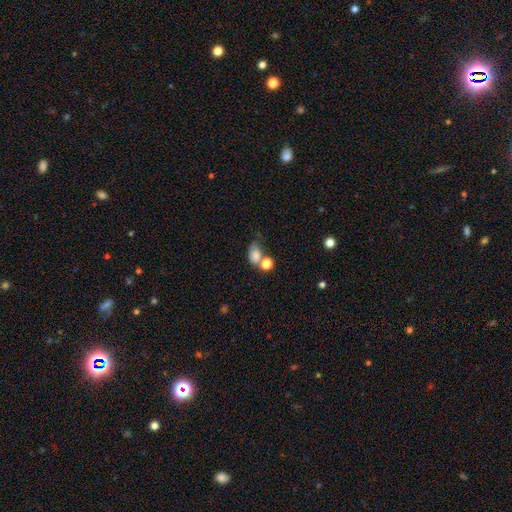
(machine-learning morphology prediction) Smooth or featured? Predicted: smooth (p=0.76). How rounded? Predicted: in between (p=0.74). Merging? Predicted: merger (p=0.36).